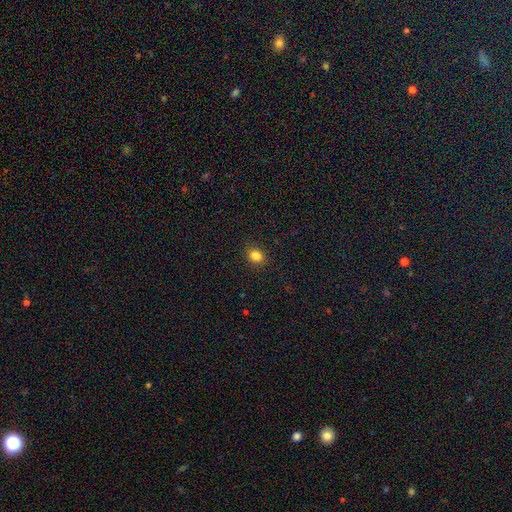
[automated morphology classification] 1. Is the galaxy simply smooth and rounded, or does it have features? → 84% smooth, 12% star or artifact, 5% featured or disk.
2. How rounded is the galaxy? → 60% round, 39% in between, 1% cigar-shaped.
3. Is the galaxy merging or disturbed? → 89% none, 8% minor disturbance, 2% major disturbance, 1% merger.